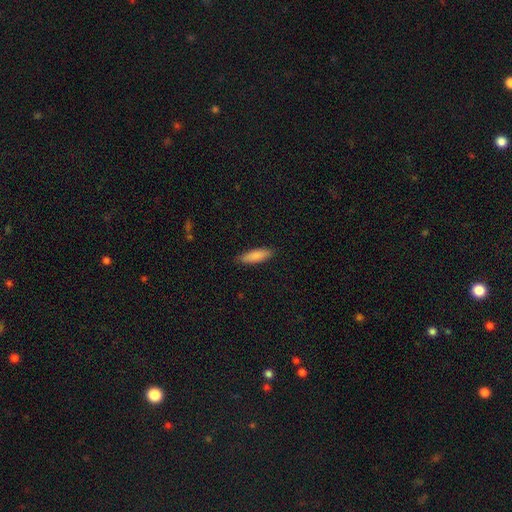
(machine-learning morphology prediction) smooth-or-featured: smooth: 85% | featured or disk: 9% | star or artifact: 6%
  how-rounded: cigar-shaped: 52% | in between: 46% | round: 2%
  merging: none: 86% | minor disturbance: 11% | major disturbance: 2% | merger: 1%